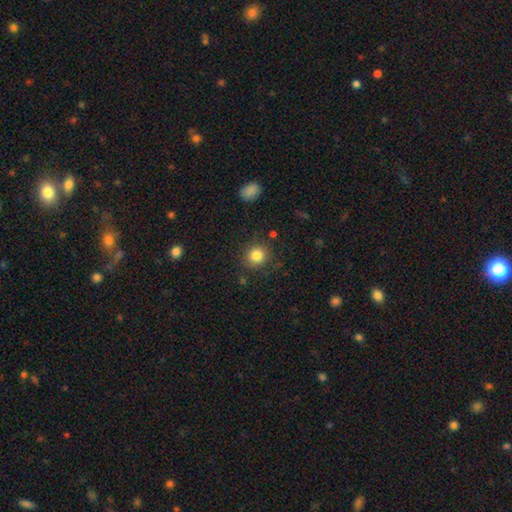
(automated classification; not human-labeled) Overall: smooth (83%). How rounded: round (89%). Merging: none (85%).